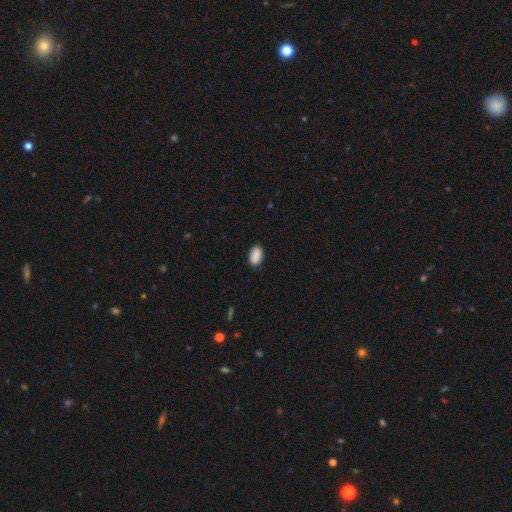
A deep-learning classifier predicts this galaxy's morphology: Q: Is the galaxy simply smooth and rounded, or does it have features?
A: smooth — 90%.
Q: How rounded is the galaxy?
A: in between — 94%.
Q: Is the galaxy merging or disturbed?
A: none — 87%.